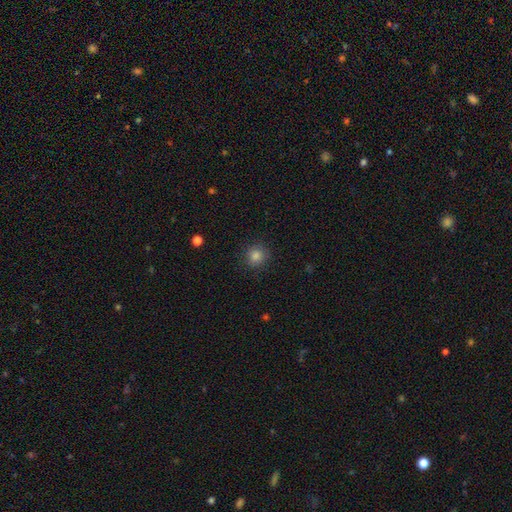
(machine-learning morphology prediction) This appears to be a smooth galaxy with no disk features (82%) that is round (92%). Merging: none (89%).